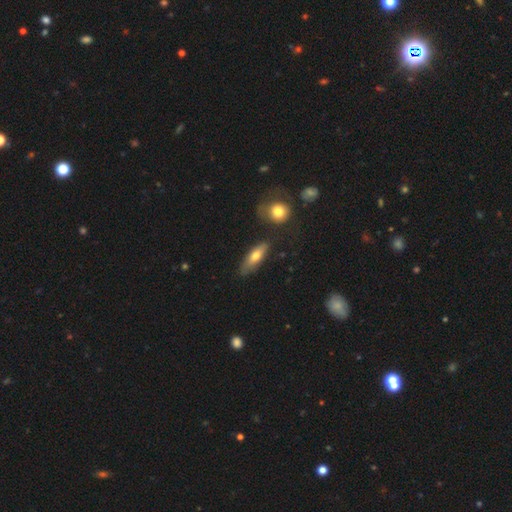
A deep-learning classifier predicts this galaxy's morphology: smooth 67%, featured or disk 27%, star or artifact 7%. Down the decision tree: how rounded — in between (55%); merging — none (73%).